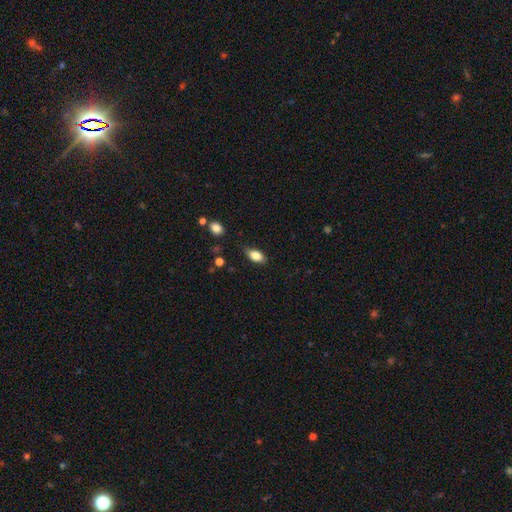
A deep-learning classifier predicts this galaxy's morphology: smooth 81%, featured or disk 11%, star or artifact 8%. Down the decision tree: how rounded — in between (86%); merging — none (77%).